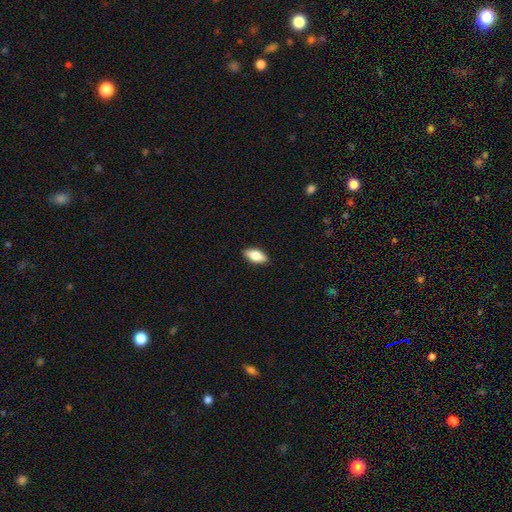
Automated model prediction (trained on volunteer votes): The model was most divided on "smooth or featured": smooth: 77%, featured or disk: 17%, star or artifact: 7%. More confident: merging — none (89%); how rounded — in between (85%).